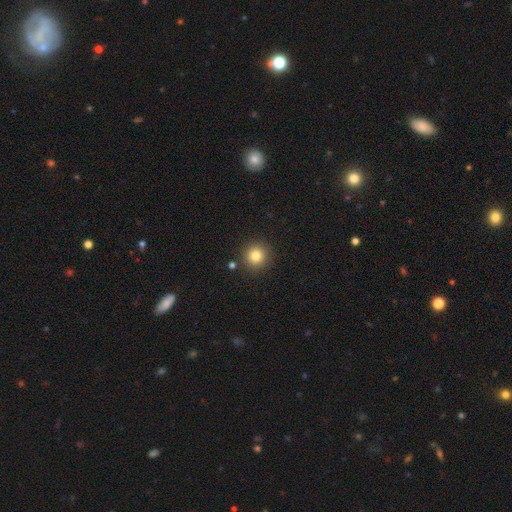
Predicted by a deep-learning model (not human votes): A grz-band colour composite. It shows a smooth galaxy with no disk features (82%) that is round (94%). Merging: none (89%).